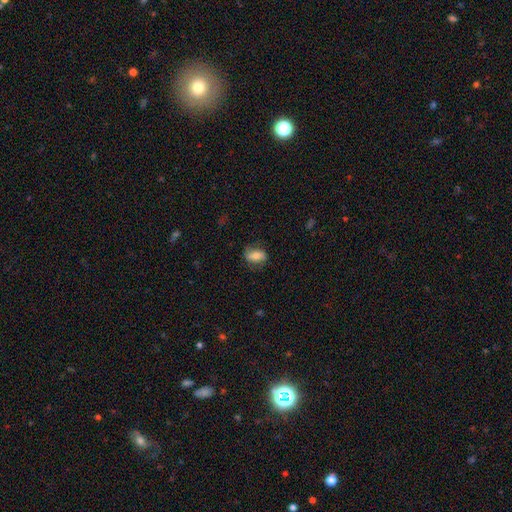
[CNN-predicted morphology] smooth 63%, featured or disk 29%, star or artifact 8%. Down the decision tree: how rounded — in between (80%); merging — none (72%).